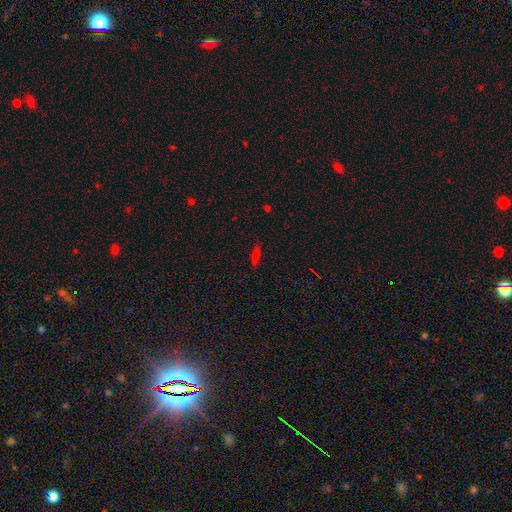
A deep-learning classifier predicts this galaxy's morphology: A smooth galaxy with no disk features (60%) that is cigar-shaped (70%). Merging: none (86%).